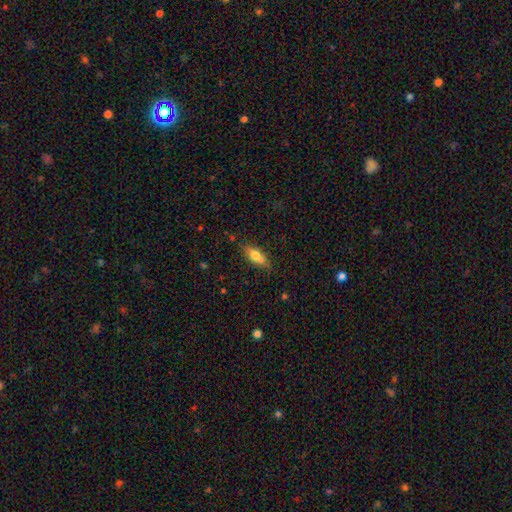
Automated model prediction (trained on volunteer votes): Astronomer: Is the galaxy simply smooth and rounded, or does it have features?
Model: smooth — 71%.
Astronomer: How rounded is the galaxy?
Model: in between — 71%.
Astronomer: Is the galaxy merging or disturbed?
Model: none — 78%.